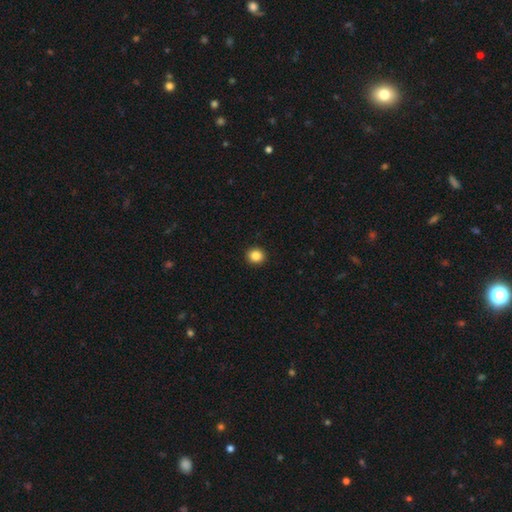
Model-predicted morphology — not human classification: This is clearly a smooth galaxy (85%). How rounded: clearly round (87%). Merging: clearly none (93%).